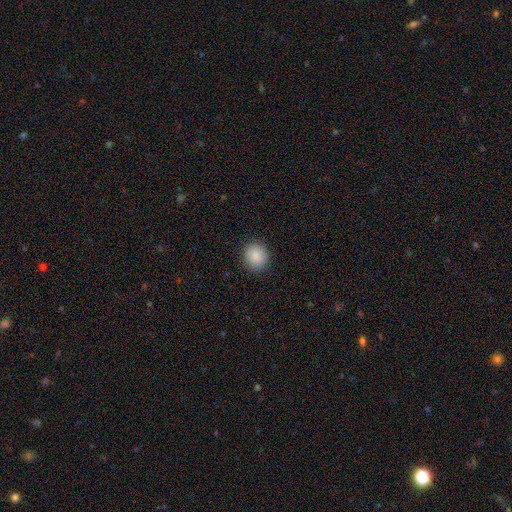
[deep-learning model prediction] This is clearly a smooth galaxy (88%). How rounded: clearly round (83%). Merging: clearly none (90%).